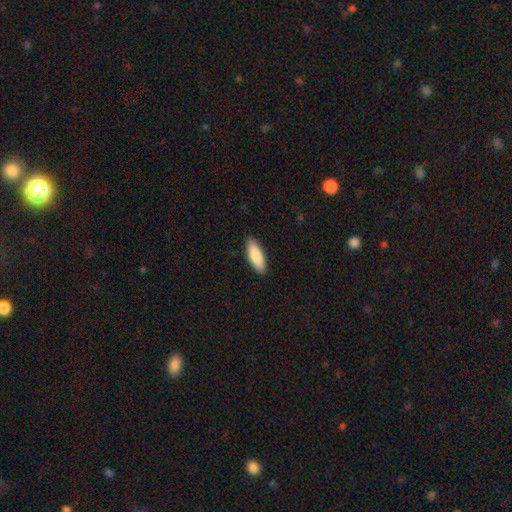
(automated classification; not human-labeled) Overall: smooth (88%). How rounded: in between (68%; cigar-shaped 30%). Merging: none (89%).